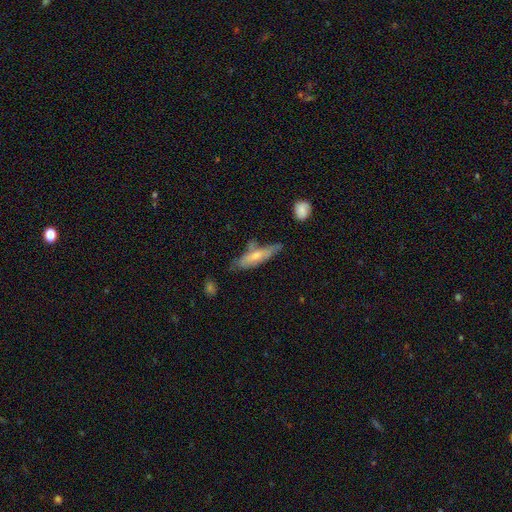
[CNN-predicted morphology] The model was most divided on "smooth or featured": smooth: 59%, featured or disk: 35%, star or artifact: 6%. More confident: how rounded — cigar-shaped (66%); merging — none (54%).